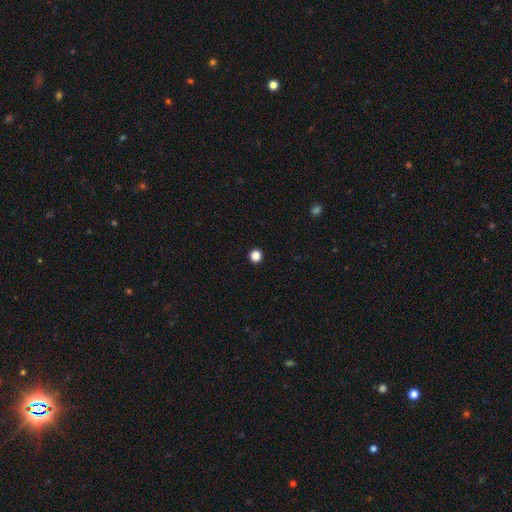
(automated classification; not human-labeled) A smooth galaxy with no disk features (85%) that is round (94%). Merging: none (94%).